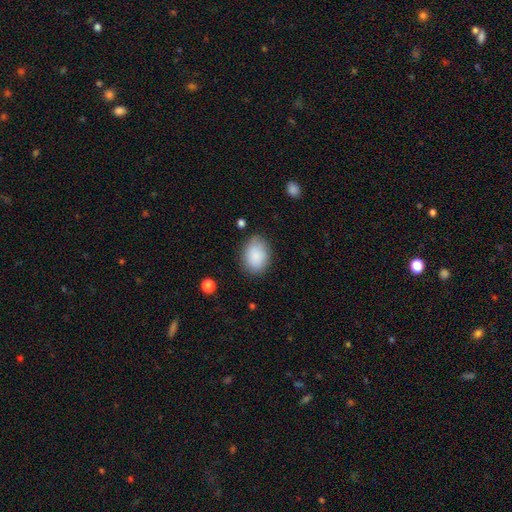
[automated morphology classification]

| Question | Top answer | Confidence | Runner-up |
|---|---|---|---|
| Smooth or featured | smooth | 88% | star or artifact (7%) |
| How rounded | in between | 78% | round (21%) |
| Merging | none | 81% | minor disturbance (14%) |